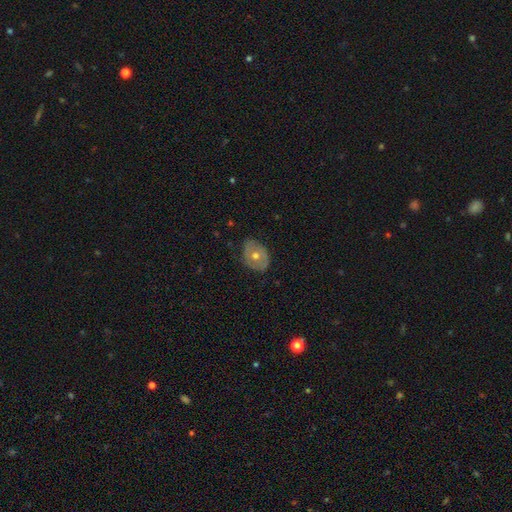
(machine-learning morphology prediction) Smooth or featured? Predicted: featured or disk (p=0.49). Merging? Predicted: none (p=0.75).